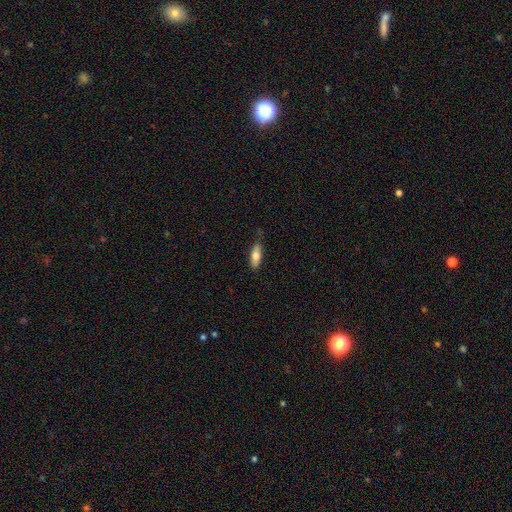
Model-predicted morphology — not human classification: smooth-or-featured: smooth: 72% | featured or disk: 22% | star or artifact: 6%
  how-rounded: in between: 66% | cigar-shaped: 32% | round: 2%
  merging: none: 72% | minor disturbance: 22% | major disturbance: 4% | merger: 2%